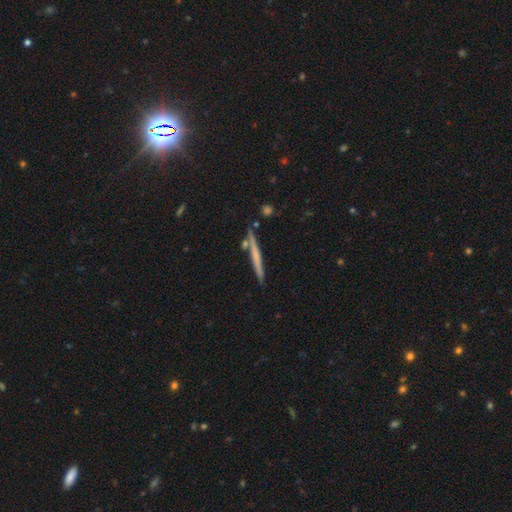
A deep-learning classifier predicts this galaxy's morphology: This appears to be a smooth galaxy with no disk features (49%). Merging: none (84%).